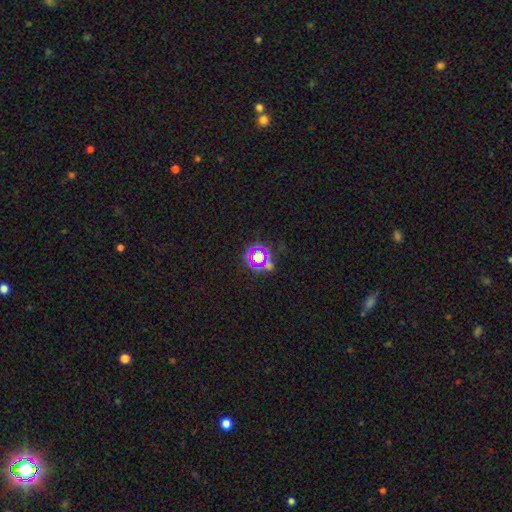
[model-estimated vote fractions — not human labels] This appears to be a star or artifact, not a galaxy (65%).